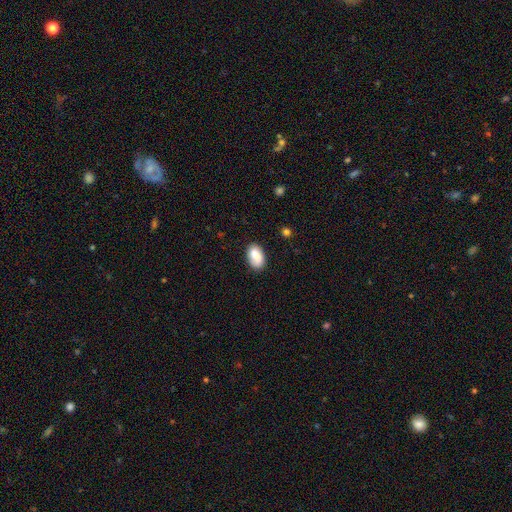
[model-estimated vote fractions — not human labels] This appears to be a smooth galaxy with no disk features (82%) that is in between round and cigar-shaped (93%). Merging: none (78%).